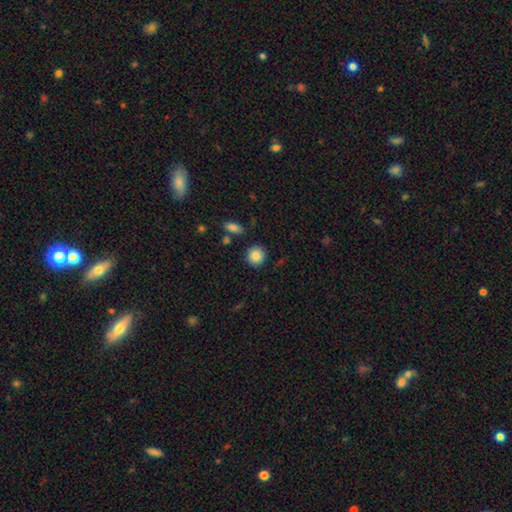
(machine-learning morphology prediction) This is clearly a smooth galaxy (87%). How rounded: clearly round (90%). Merging: clearly none (87%).